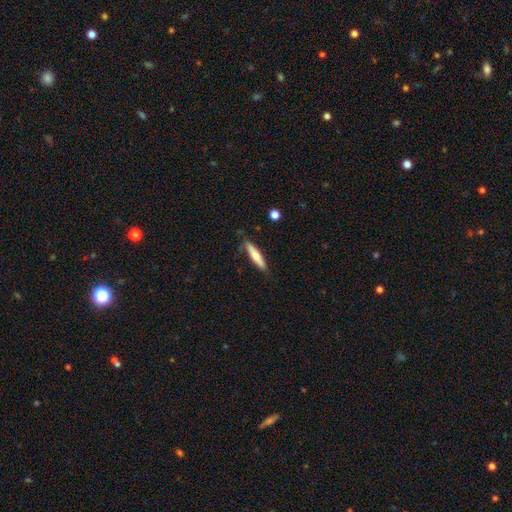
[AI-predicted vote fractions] The model was most divided on "smooth or featured": smooth: 61%, featured or disk: 33%, star or artifact: 6%. More confident: how rounded — cigar-shaped (85%); merging — none (78%).